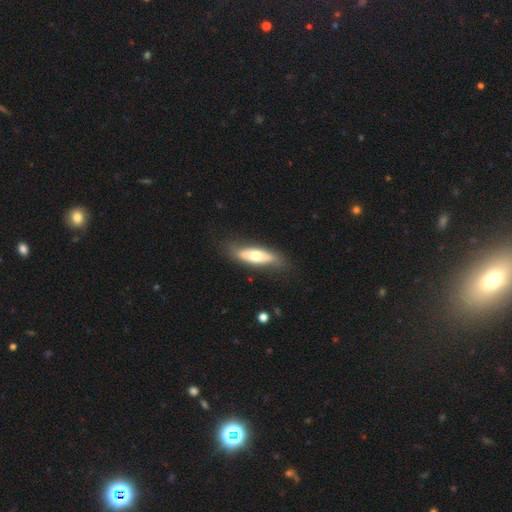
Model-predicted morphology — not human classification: Smooth or featured? Predicted: smooth (p=0.52). How rounded? Predicted: in between (p=0.54). Merging? Predicted: none (p=0.76).